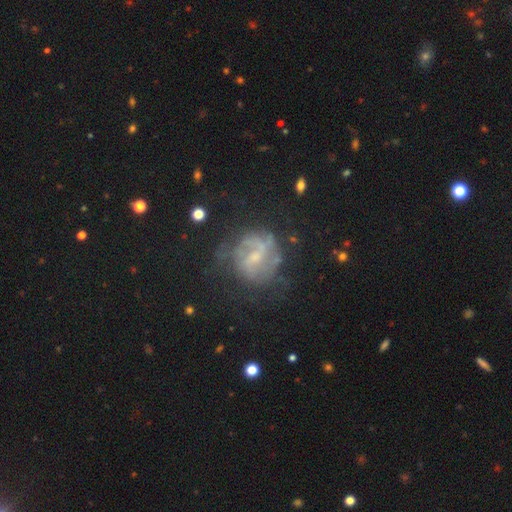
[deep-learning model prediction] A featured or disk galaxy (72%) with a weak bar (54%), 2 (45%) medium (42%) spiral arms (79%) and a small central bulge (52%).

Vote fractions:
- Smooth or featured? featured or disk: 72% / smooth: 17% / star or artifact: 11%
- Edge-on disk? no: 97% / yes: 3%
- Bar? weak: 54% / no: 30% / strong: 16%
- Spiral arms? yes: 79% / no: 21%
- Spiral winding? medium: 42% / tight: 37% / loose: 21%
- Spiral arm count? 2: 45% / can't tell: 34% / 3: 8% / 1: 6% / 4: 3% / more than 4: 3%
- Bulge size? small: 52% / moderate: 30% / none: 14% / large: 2% / dominant: 1%
- Merging? none: 60% / minor disturbance: 20% / major disturbance: 17% / merger: 3%